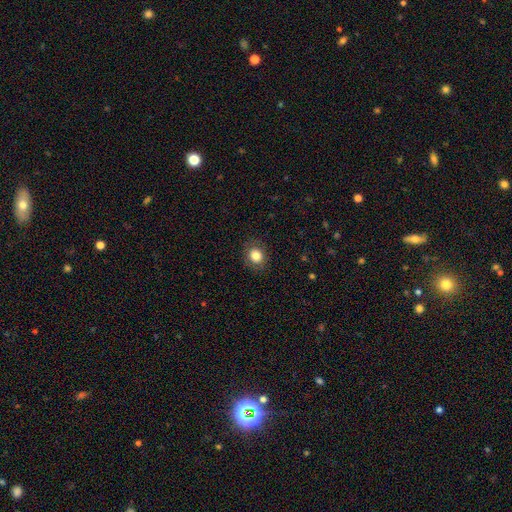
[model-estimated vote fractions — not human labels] smooth-or-featured: smooth: 83% | star or artifact: 10% | featured or disk: 8%
  how-rounded: round: 65% | in between: 34% | cigar-shaped: 1%
  merging: none: 86% | minor disturbance: 10% | major disturbance: 3% | merger: 1%